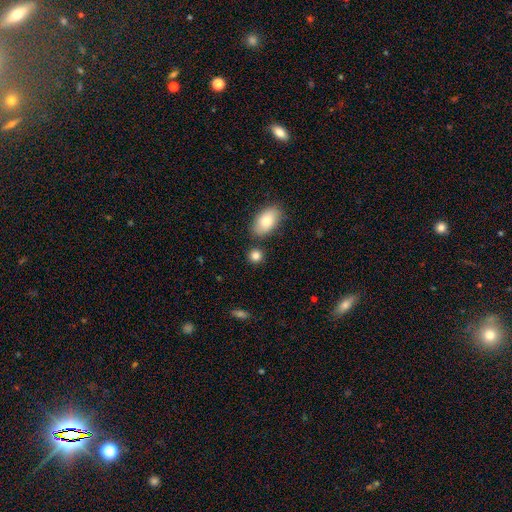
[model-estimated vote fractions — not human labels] Smooth or featured? smooth (85%)
How rounded? round (71%)
Merging? none (79%)